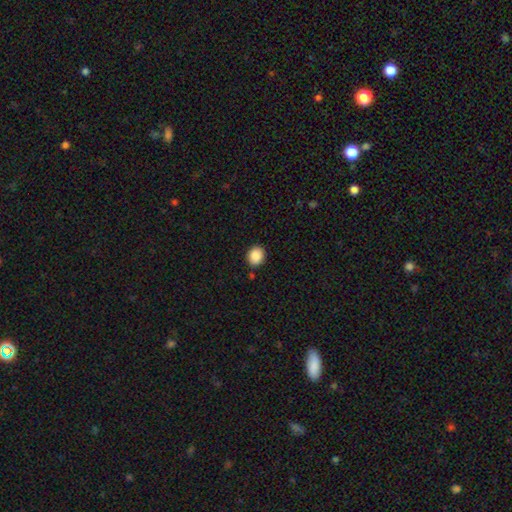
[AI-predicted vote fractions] Overall: smooth (89%). How rounded: round (62%; in between 37%). Merging: none (87%).